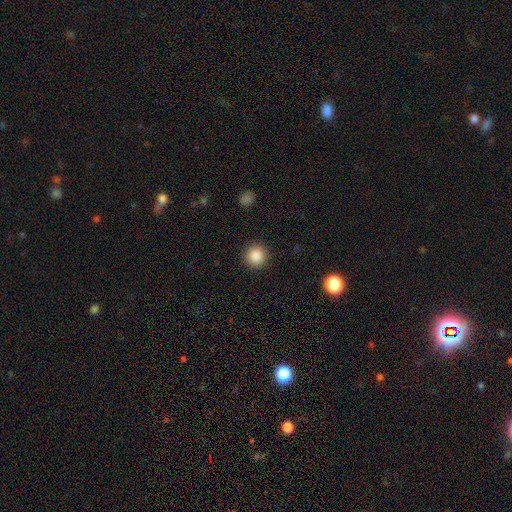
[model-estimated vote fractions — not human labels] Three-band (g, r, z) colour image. It shows a smooth galaxy with no disk features (87%) that is round (95%). Merging: none (92%).